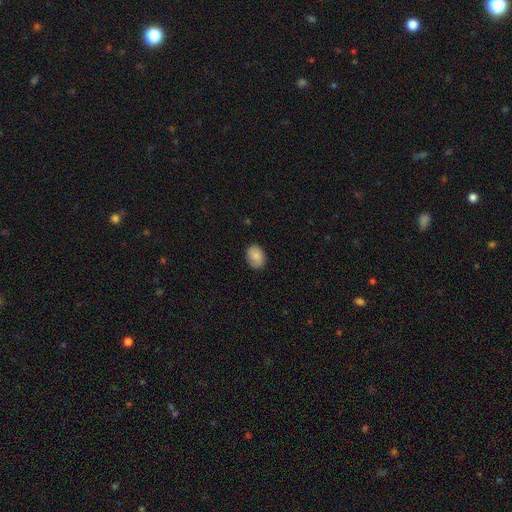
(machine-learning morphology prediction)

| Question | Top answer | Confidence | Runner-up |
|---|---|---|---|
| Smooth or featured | smooth | 85% | star or artifact (7%) |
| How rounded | in between | 72% | round (26%) |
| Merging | none | 83% | minor disturbance (13%) |